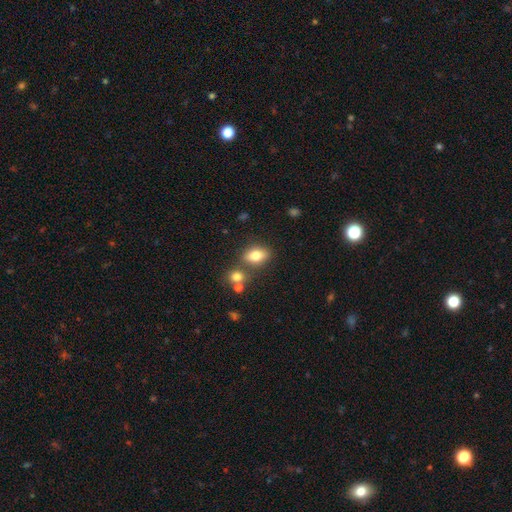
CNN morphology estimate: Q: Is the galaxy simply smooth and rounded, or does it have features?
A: smooth — 78%.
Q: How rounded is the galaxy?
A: in between — 79%.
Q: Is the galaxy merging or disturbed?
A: none — 66%.